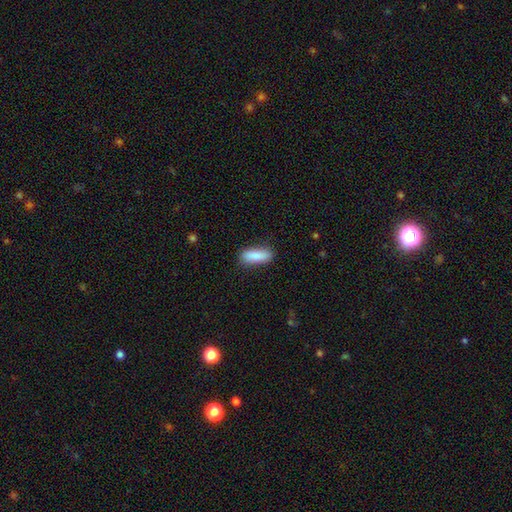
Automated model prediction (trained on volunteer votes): smooth 87%, featured or disk 7%, star or artifact 6%. Down the decision tree: how rounded — in between (58%); merging — none (85%).